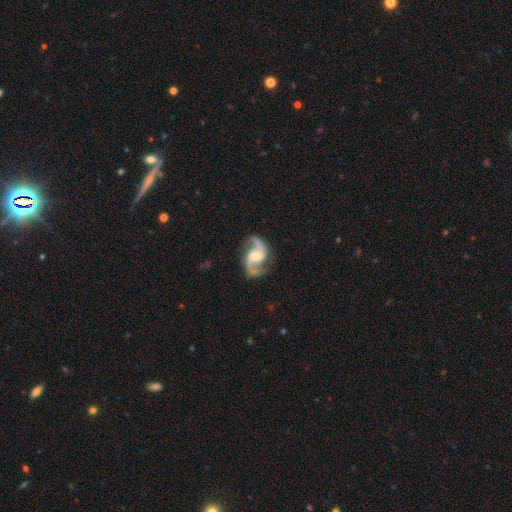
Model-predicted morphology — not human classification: smooth_or_featured: featured or disk (p=0.93) [alt: star or artifact p=0.04]
disk_edge_on: no (p=0.98) [alt: yes p=0.02]
bar: weak (p=0.44) [alt: no p=0.41]
has_spiral_arms: yes (p=0.98) [alt: no p=0.02]
spiral_winding: medium (p=0.53) [alt: loose p=0.38]
spiral_arm_count: 2 (p=0.94) [alt: can't tell p=0.01]
bulge_size: moderate (p=0.56) [alt: small p=0.36]
merging: none (p=0.80) [alt: minor disturbance p=0.13]